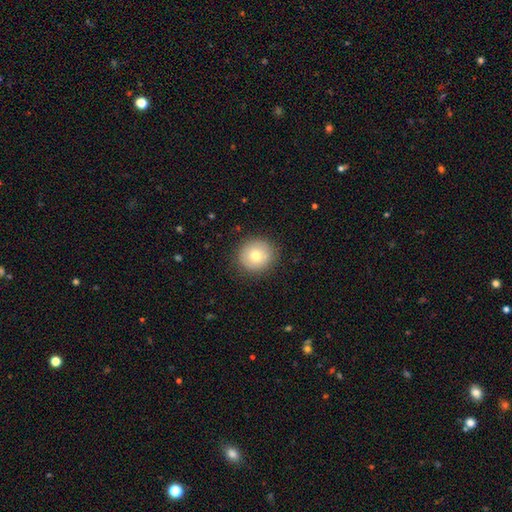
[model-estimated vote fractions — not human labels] smooth-or-featured: smooth: 73% | featured or disk: 17% | star or artifact: 11%
  how-rounded: round: 93% | in between: 7% | cigar-shaped: 1%
  merging: none: 87% | minor disturbance: 9% | major disturbance: 3% | merger: 1%